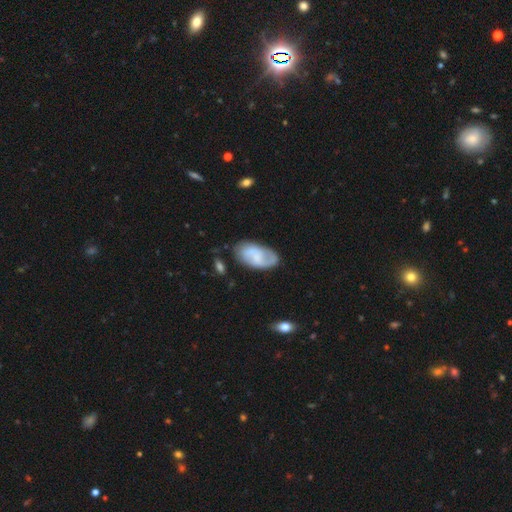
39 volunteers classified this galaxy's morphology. This is possibly a featured or disk galaxy (59%). It is clearly not viewed edge-on (100%). Bar: possibly no (48%). Spiral arm pattern: likely yes (70%). Spiral arm count: clearly 2 (88%). Spiral winding: possibly medium (56%). Central bulge: marginally none (39%). Merging: likely none (65%).